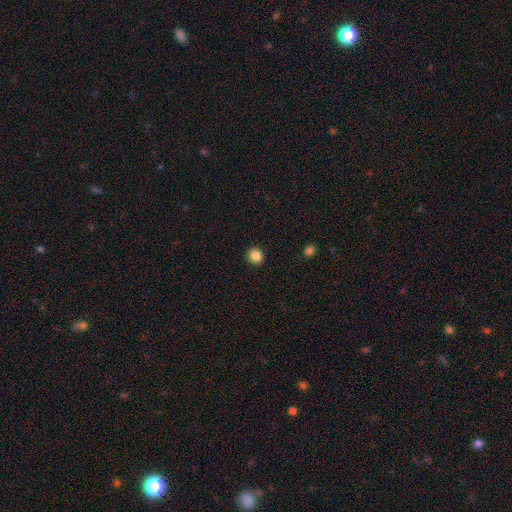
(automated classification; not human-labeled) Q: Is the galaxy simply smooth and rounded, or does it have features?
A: smooth — 86%.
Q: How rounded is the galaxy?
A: round — 90%.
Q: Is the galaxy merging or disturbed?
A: none — 93%.